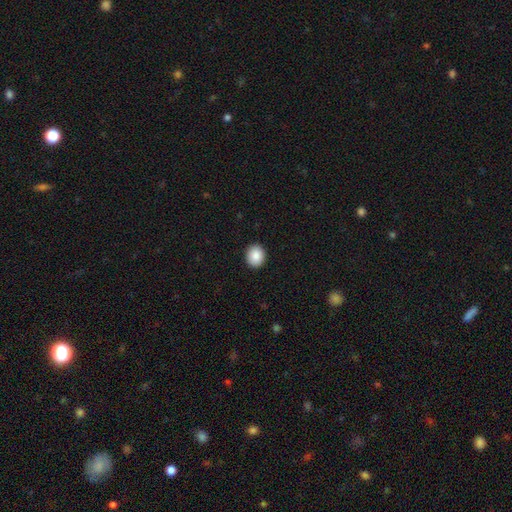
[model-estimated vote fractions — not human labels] Morphology: type=smooth (88%); roundness=round (65%); merging=none (92%).